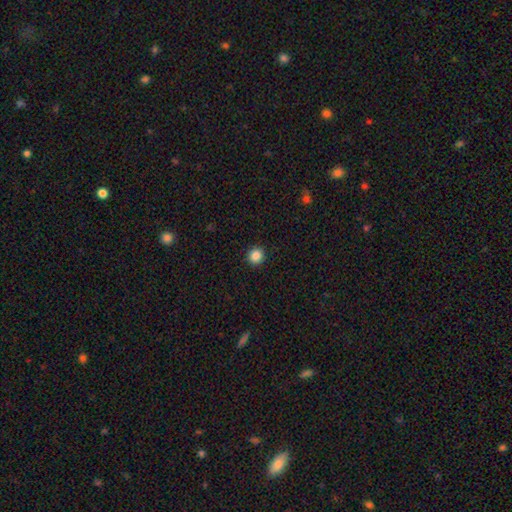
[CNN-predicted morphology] type=smooth (86%); roundness=round (92%); merging=none (93%).